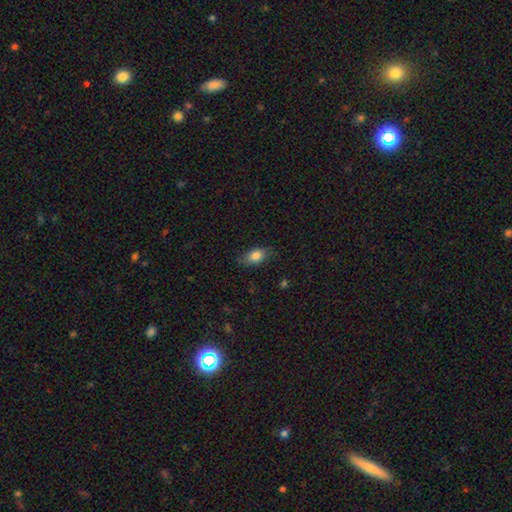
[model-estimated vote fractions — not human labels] Smooth or featured? smooth (82%)
How rounded? in between (85%)
Merging? none (77%)